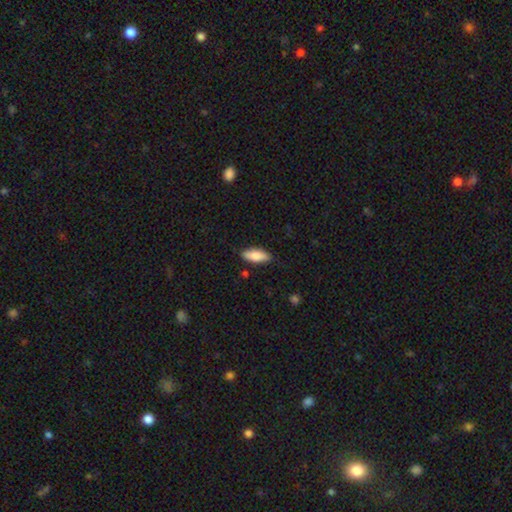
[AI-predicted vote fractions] Q: Smooth or featured?
A: smooth (83%); runner-up: featured or disk (11%)
Q: How rounded?
A: in between (77%); runner-up: cigar-shaped (21%)
Q: Merging?
A: none (85%); runner-up: minor disturbance (12%)